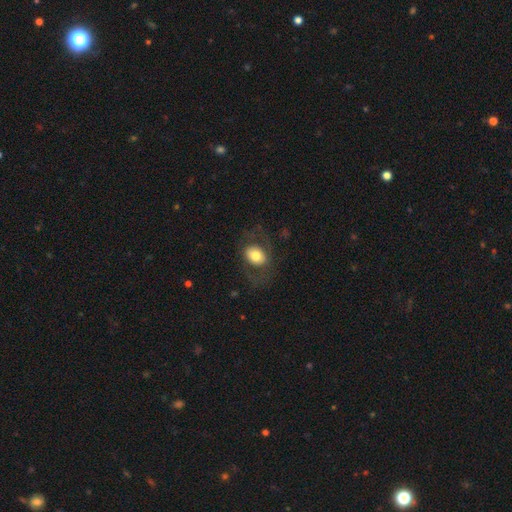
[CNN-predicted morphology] Smooth or featured? smooth (62%)
How rounded? in between (63%)
Merging? none (67%)